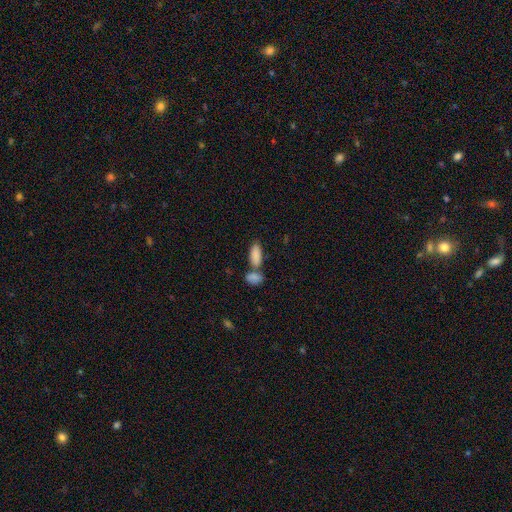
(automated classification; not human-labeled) Q: Smooth or featured?
A: smooth (87%); runner-up: star or artifact (7%)
Q: How rounded?
A: in between (86%); runner-up: cigar-shaped (12%)
Q: Merging?
A: none (44%); runner-up: merger (42%)